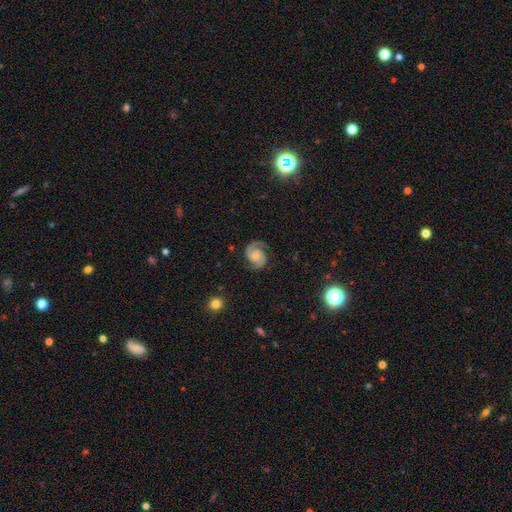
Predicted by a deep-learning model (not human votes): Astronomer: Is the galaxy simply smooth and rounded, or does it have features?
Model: featured or disk — 89%.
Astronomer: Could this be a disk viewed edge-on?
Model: no — 98%.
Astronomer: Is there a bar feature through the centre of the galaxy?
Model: no — 70%.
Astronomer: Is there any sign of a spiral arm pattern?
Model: yes — 98%.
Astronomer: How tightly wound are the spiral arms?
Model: medium — 48% (runner-up: tight, 42%).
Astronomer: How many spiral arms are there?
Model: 2 — 93%.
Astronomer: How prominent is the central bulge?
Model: small — 44% (runner-up: moderate, 42%).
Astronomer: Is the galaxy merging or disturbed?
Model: none — 80%.